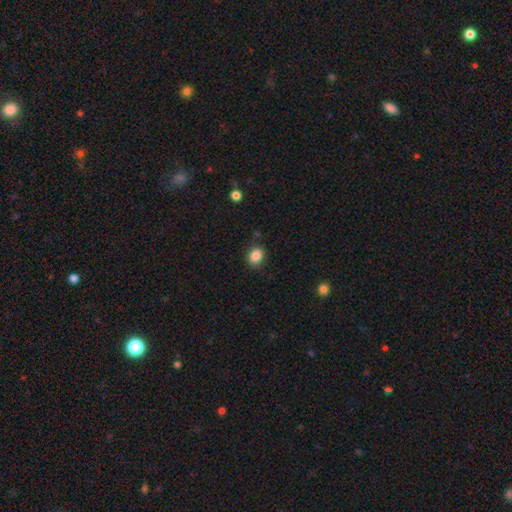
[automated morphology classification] Q: Smooth or featured?
A: smooth (85%); runner-up: star or artifact (10%)
Q: How rounded?
A: round (64%); runner-up: in between (35%)
Q: Merging?
A: none (86%); runner-up: minor disturbance (10%)